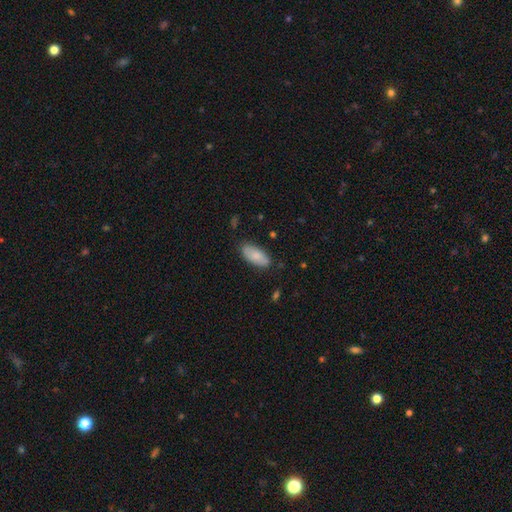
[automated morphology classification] Q: Smooth or featured?
A: smooth (81%); runner-up: featured or disk (13%)
Q: How rounded?
A: in between (89%); runner-up: cigar-shaped (9%)
Q: Merging?
A: none (78%); runner-up: minor disturbance (17%)